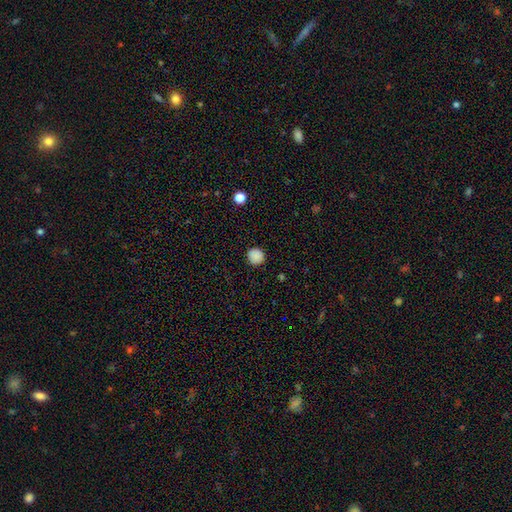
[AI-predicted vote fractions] This appears to be a smooth galaxy with no disk features (87%) that is round (93%). Merging: none (89%).